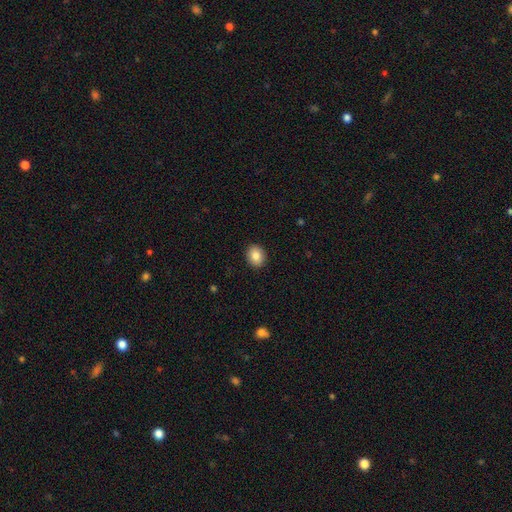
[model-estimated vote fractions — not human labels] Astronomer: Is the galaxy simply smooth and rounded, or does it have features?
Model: smooth — 84%.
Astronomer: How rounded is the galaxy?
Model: round — 52% (runner-up: in between, 47%).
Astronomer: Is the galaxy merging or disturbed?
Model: none — 91%.